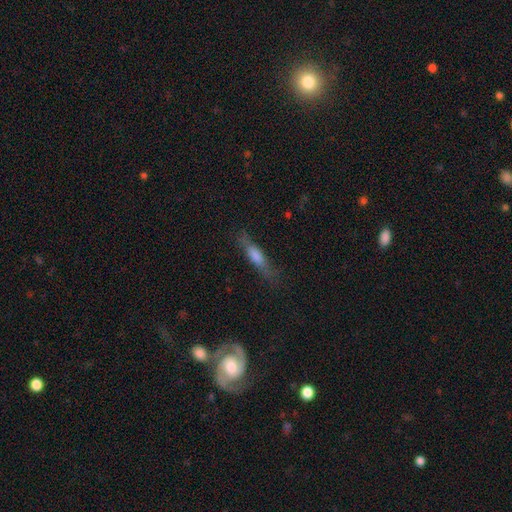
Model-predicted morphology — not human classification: Overall: smooth (56%; featured or disk 35%). How rounded: cigar-shaped (77%). Merging: none (72%).